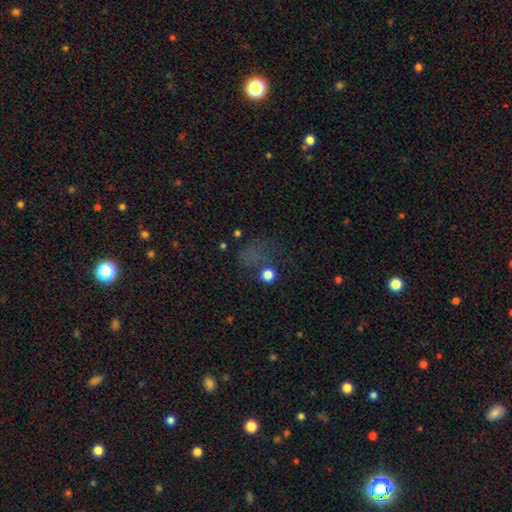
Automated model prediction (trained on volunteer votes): Smooth or featured: smooth — 43% (star or artifact — 42%)
Merging: none — 53% (major disturbance — 24%)